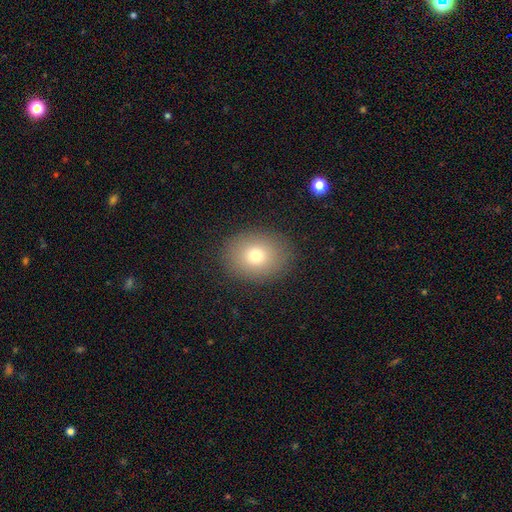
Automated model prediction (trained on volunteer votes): Smooth or featured? Predicted: smooth (p=0.76). How rounded? Predicted: round (p=0.50). Merging? Predicted: none (p=0.87).